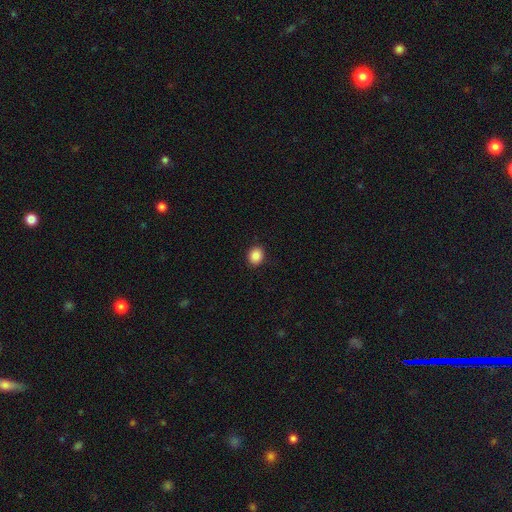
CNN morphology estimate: smooth 88%, star or artifact 9%, featured or disk 3%. Down the decision tree: how rounded — round (68%); merging — none (91%).